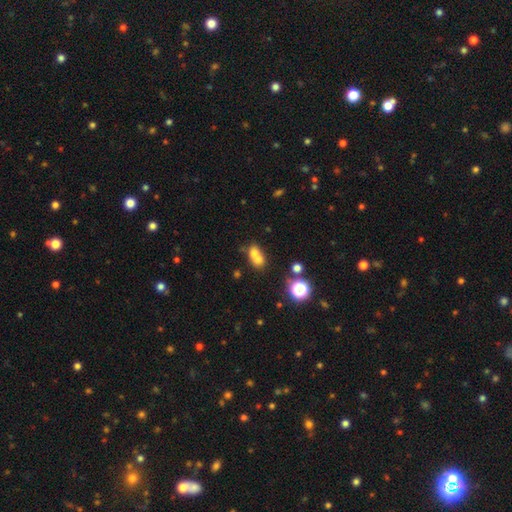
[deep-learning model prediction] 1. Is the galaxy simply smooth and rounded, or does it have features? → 66% smooth, 18% featured or disk, 15% star or artifact.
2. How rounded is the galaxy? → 50% in between, 48% round, 2% cigar-shaped.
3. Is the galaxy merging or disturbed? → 61% merger, 27% none, 8% minor disturbance, 5% major disturbance.